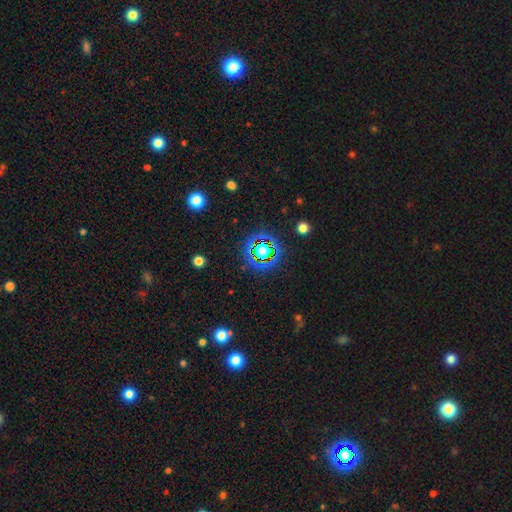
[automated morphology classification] Overall: star or artifact (73%).